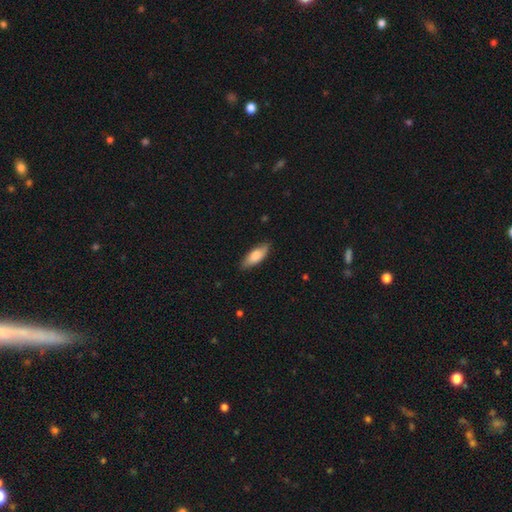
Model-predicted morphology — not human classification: smooth 79%, featured or disk 16%, star or artifact 6%. Down the decision tree: how rounded — in between (72%); merging — none (81%).